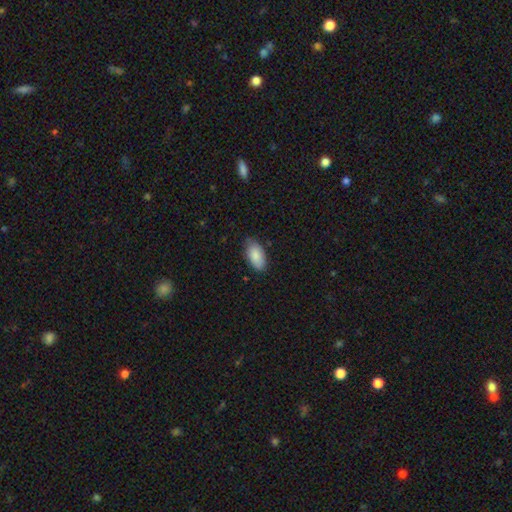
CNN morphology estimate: Q: Smooth or featured?
A: smooth (87%); runner-up: featured or disk (7%)
Q: How rounded?
A: in between (95%); runner-up: cigar-shaped (3%)
Q: Merging?
A: none (76%); runner-up: minor disturbance (20%)